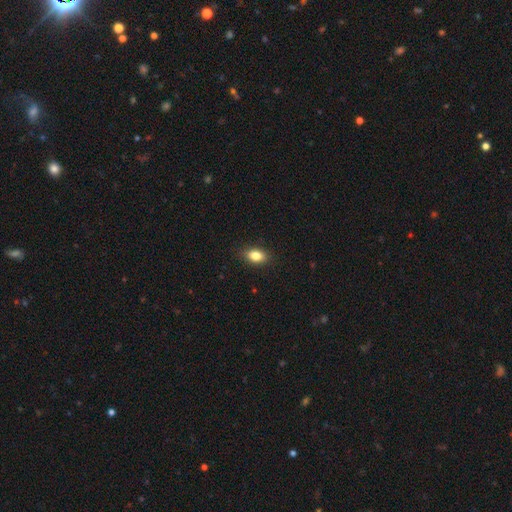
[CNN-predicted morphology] A smooth galaxy with no disk features (84%) that is in between round and cigar-shaped (84%). Merging: none (88%).